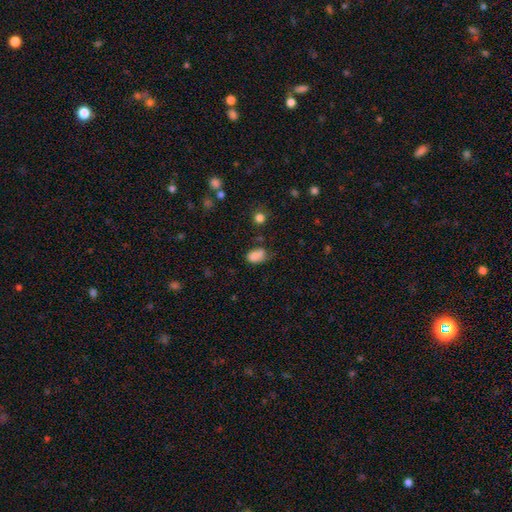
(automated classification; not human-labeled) Q: Smooth or featured?
A: smooth (80%); runner-up: star or artifact (11%)
Q: How rounded?
A: in between (86%); runner-up: round (12%)
Q: Merging?
A: none (43%); runner-up: minor disturbance (35%)